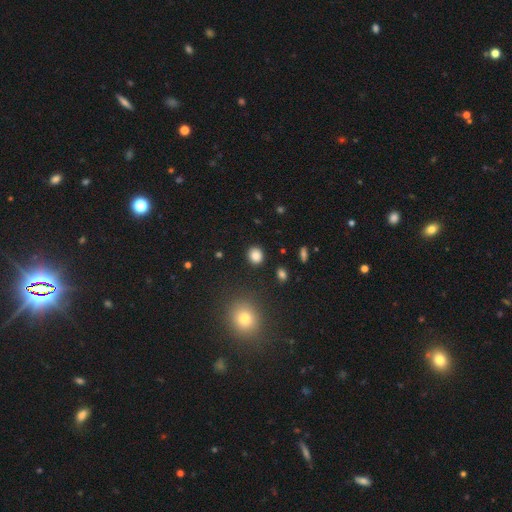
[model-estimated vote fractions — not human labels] Smooth or featured? Predicted: smooth (p=0.85). How rounded? Predicted: round (p=0.73). Merging? Predicted: none (p=0.89).